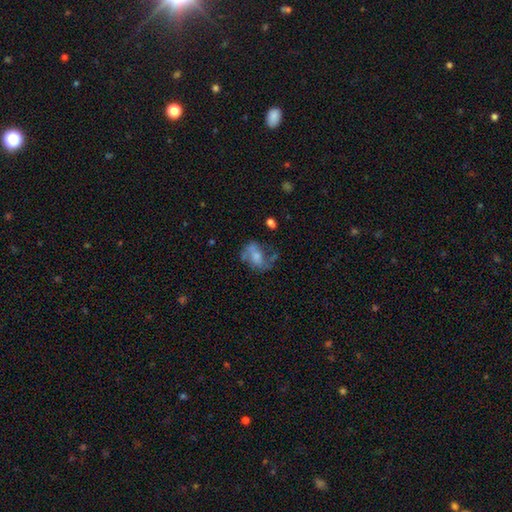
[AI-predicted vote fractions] The model was most divided on "bulge size": moderate: 36%, small: 28%, none: 21%, large: 13%, dominant: 2%. Remaining: edge-on disk — no (97%); spiral arms — yes (74%); smooth or featured — featured or disk (63%); bar — no (54%); merging — none (42%).